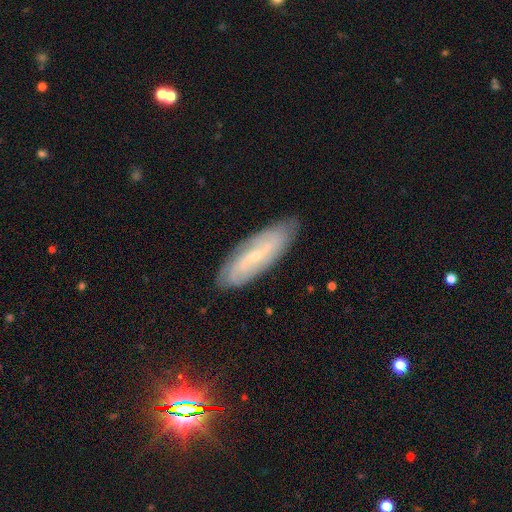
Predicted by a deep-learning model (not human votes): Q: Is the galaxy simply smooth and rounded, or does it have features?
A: featured or disk — 73%.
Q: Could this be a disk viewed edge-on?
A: no — 82%.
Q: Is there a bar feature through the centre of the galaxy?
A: weak — 43%.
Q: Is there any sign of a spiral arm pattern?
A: yes — 88%.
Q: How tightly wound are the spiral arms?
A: tight — 45%.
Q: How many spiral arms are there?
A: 2 — 48%.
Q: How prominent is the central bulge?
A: small — 79%.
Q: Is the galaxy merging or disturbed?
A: none — 84%.